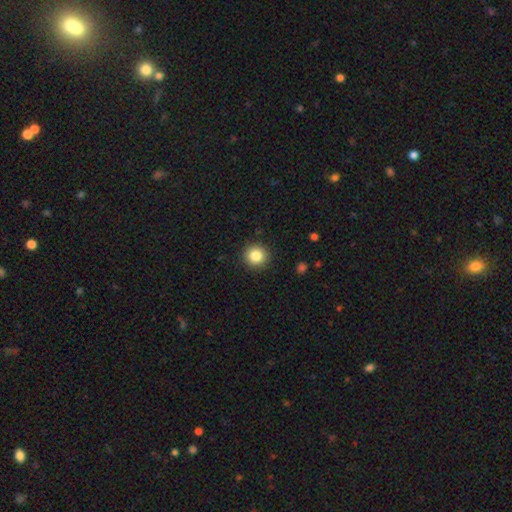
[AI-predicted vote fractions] Q: Smooth or featured?
A: smooth (84%); runner-up: star or artifact (10%)
Q: How rounded?
A: round (92%); runner-up: in between (7%)
Q: Merging?
A: none (91%); runner-up: minor disturbance (6%)